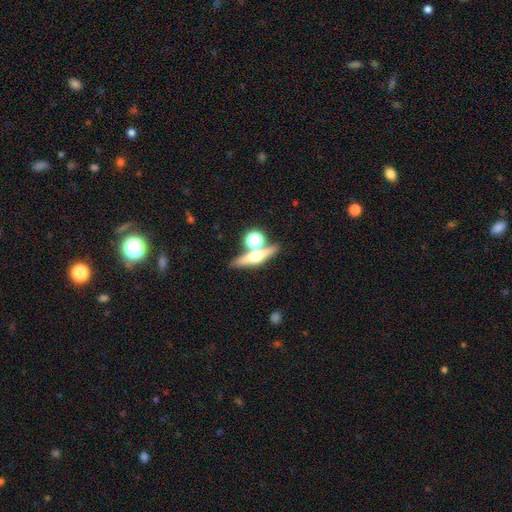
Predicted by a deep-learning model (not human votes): Smooth or featured? featured or disk (52%)
Edge-on disk? yes (89%)
Merging? none (68%)